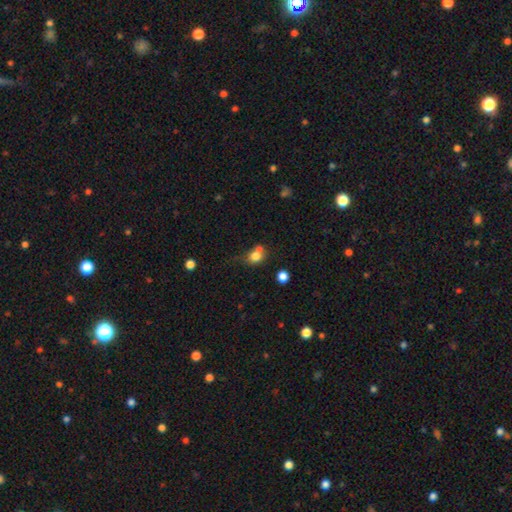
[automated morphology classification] Smooth or featured: smooth — 77% (star or artifact — 12%)
How rounded: round — 69% (in between — 30%)
Merging: none — 40% (merger — 38%)